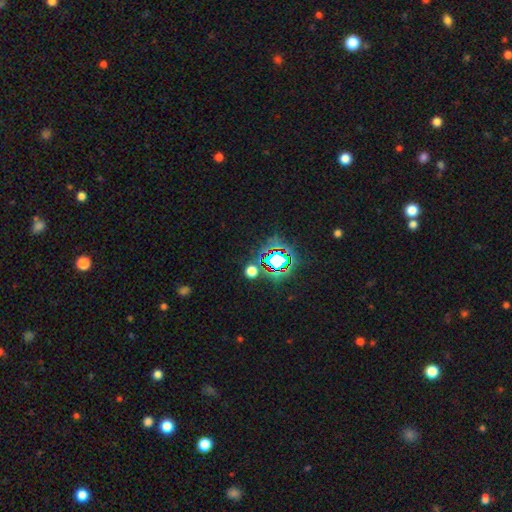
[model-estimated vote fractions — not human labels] The model was most divided on "smooth or featured": star or artifact: 76%, smooth: 15%, featured or disk: 9%.